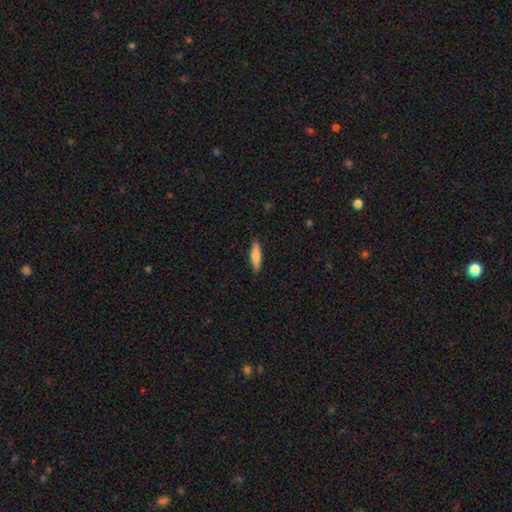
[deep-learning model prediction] Smooth or featured?
  - smooth: 71% *
  - featured or disk: 24%
  - star or artifact: 6%
How rounded?
  - cigar-shaped: 76% *
  - in between: 23%
  - round: 2%
Merging?
  - none: 88% *
  - minor disturbance: 9%
  - major disturbance: 2%
  - merger: 1%